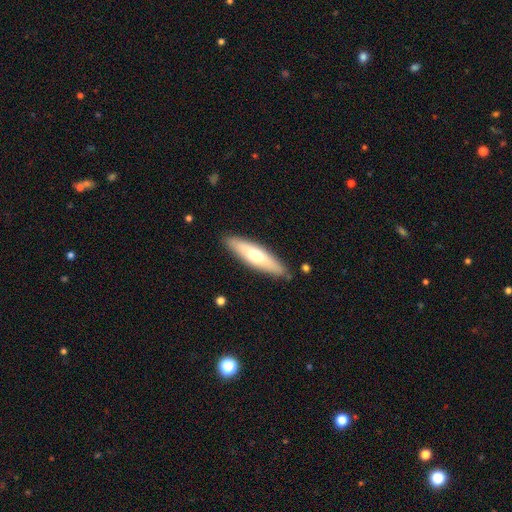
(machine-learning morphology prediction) smooth-or-featured: smooth: 56% | featured or disk: 39% | star or artifact: 5%
  how-rounded: cigar-shaped: 67% | in between: 32% | round: 2%
  merging: none: 87% | minor disturbance: 10% | major disturbance: 2% | merger: 2%